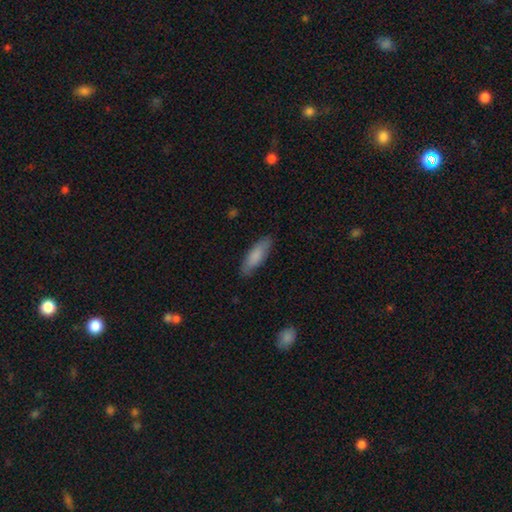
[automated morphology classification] Smooth or featured: smooth — 83% (featured or disk — 11%)
How rounded: in between — 52% (cigar-shaped — 46%)
Merging: none — 85% (minor disturbance — 12%)